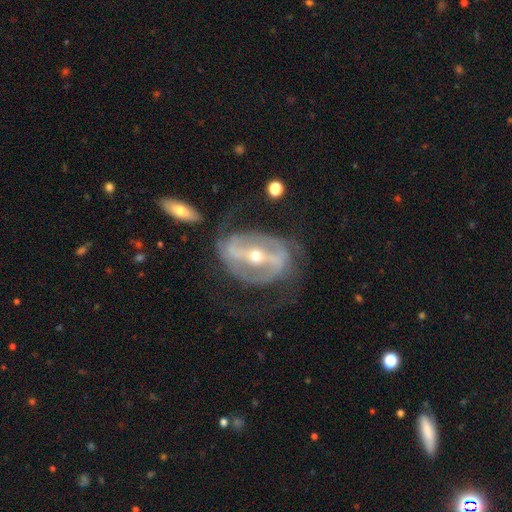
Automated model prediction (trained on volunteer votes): This is clearly a featured or disk galaxy (87%). It is clearly not viewed edge-on (93%). Bar: likely strong (73%). Spiral arm pattern: clearly yes (83%). Spiral arm count: likely 2 (71%). Spiral winding: marginally medium (42%). Central bulge: possibly small (52%). Merging: possibly none (58%).